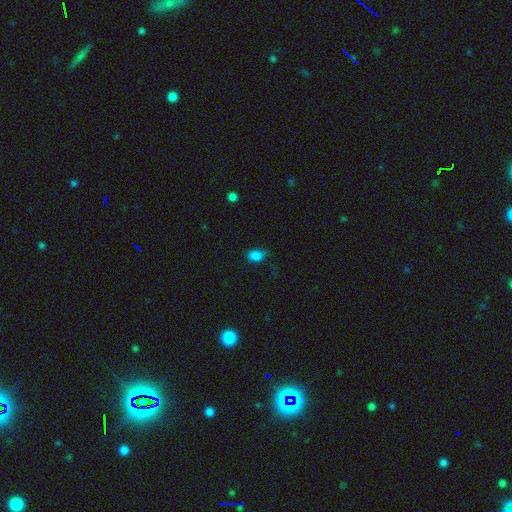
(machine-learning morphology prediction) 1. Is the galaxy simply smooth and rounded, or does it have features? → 84% smooth, 12% star or artifact, 4% featured or disk.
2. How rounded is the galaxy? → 72% in between, 26% round, 1% cigar-shaped.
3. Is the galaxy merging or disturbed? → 68% none, 25% minor disturbance, 6% major disturbance, 1% merger.